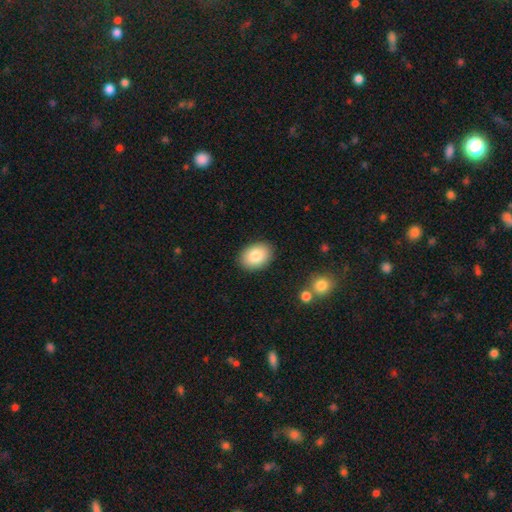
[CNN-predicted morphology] Overall: smooth (85%). How rounded: in between (78%). Merging: none (89%).